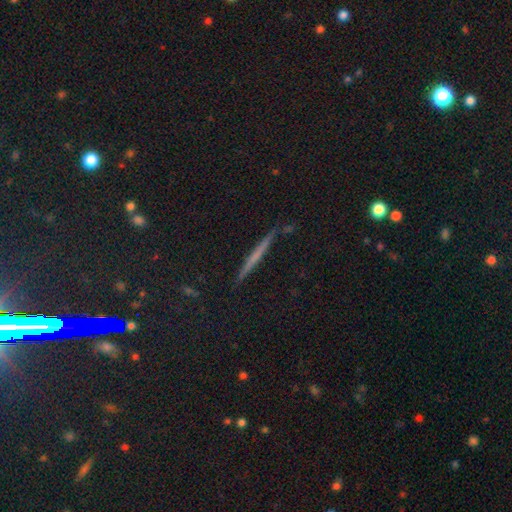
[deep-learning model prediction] featured or disk 46%, smooth 42%, star or artifact 12%. Down the decision tree: merging — none (88%).